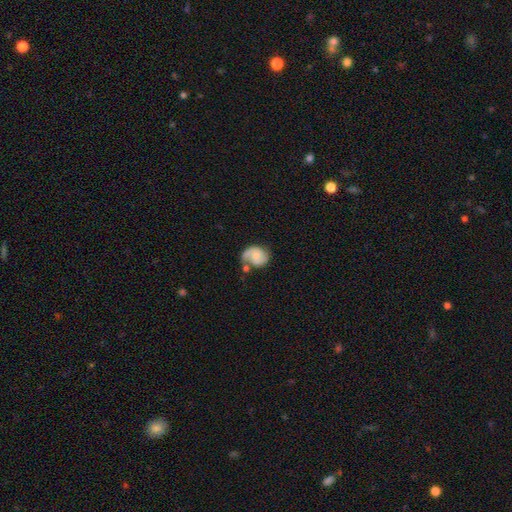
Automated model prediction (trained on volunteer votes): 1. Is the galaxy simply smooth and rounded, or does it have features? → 62% featured or disk, 31% smooth, 8% star or artifact.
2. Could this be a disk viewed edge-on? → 98% no, 2% yes.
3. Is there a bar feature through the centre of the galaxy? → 65% no, 29% weak, 6% strong.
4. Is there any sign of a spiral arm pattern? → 90% yes, 10% no.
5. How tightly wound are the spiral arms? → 43% medium, 29% loose, 28% tight.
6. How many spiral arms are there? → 68% 2, 23% 1, 6% can't tell, 1% 3, 1% 4, 1% more than 4.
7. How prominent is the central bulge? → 39% small, 29% none, 23% moderate, 6% large, 2% dominant.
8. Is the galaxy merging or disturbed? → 41% none, 24% minor disturbance, 19% merger, 16% major disturbance.